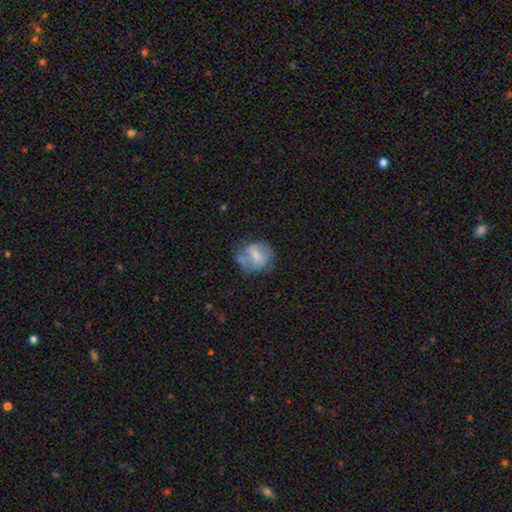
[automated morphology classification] Smooth or featured: featured or disk — 49% (smooth — 44%)
Merging: none — 52% (minor disturbance — 28%)